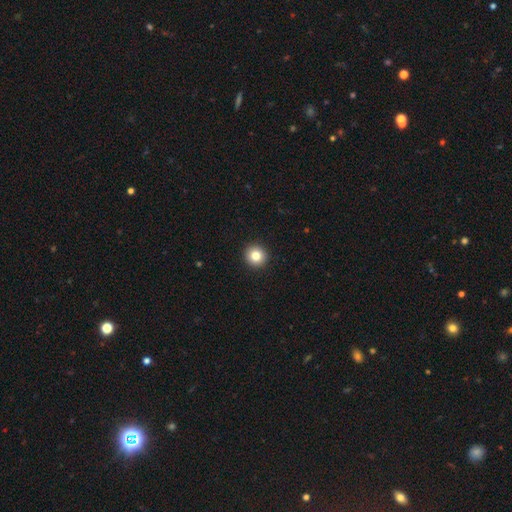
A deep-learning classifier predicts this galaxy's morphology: This is clearly a smooth galaxy (82%). How rounded: clearly round (95%). Merging: clearly none (94%).